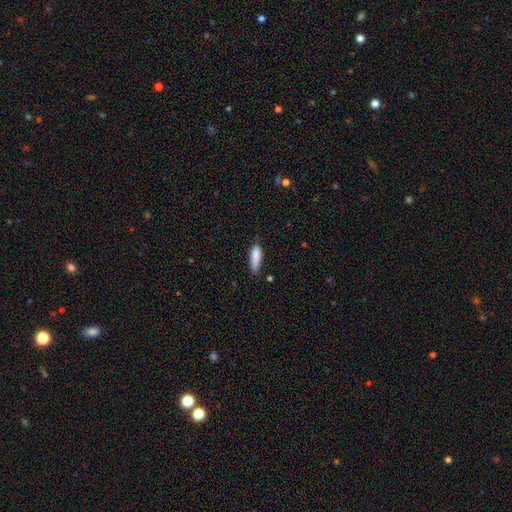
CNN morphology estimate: The model was most divided on "how rounded": cigar-shaped: 54%, in between: 44%, round: 2%. More confident: smooth or featured — smooth (82%); merging — none (61%).